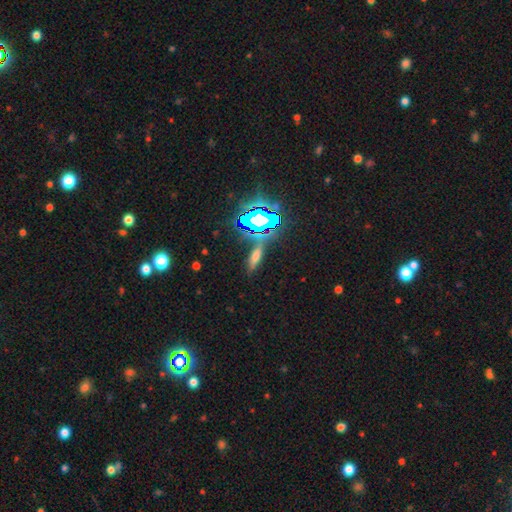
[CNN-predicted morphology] A smooth galaxy with no disk features (45%). Merging: none (74%).